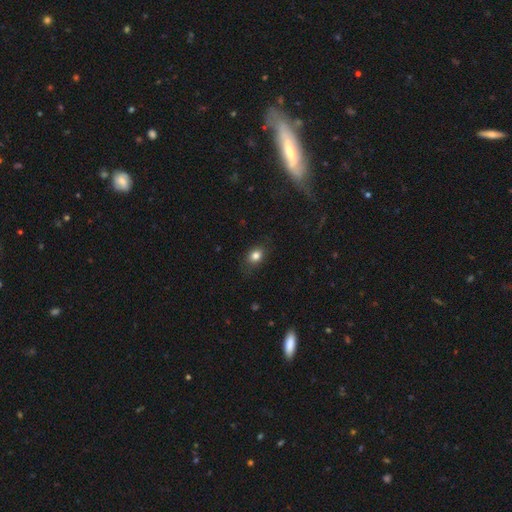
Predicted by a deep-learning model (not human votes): A smooth galaxy with no disk features (81%) that is in between round and cigar-shaped (62%).

Vote fractions:
- Smooth or featured? smooth: 81% / star or artifact: 11% / featured or disk: 8%
- How rounded? in between: 62% / round: 36% / cigar-shaped: 2%
- Merging? none: 79% / minor disturbance: 16% / major disturbance: 4% / merger: 1%